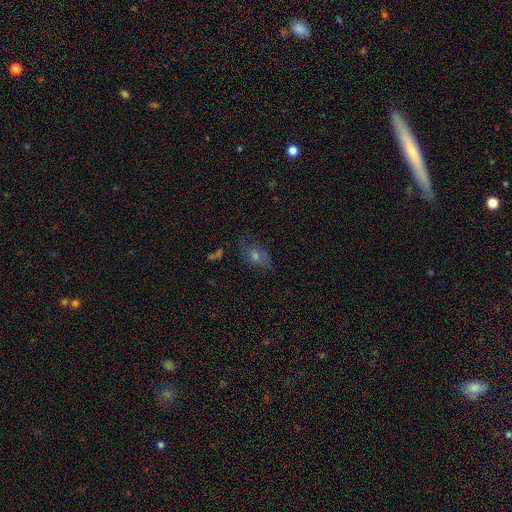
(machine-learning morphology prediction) smooth 46%, featured or disk 31%, star or artifact 23%. Down the decision tree: merging — none (63%).